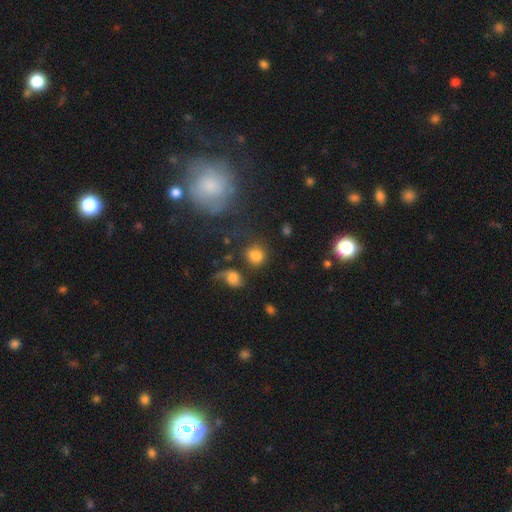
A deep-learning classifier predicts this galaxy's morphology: smooth 77%, star or artifact 13%, featured or disk 11%. Down the decision tree: how rounded — round (78%); merging — none (63%).